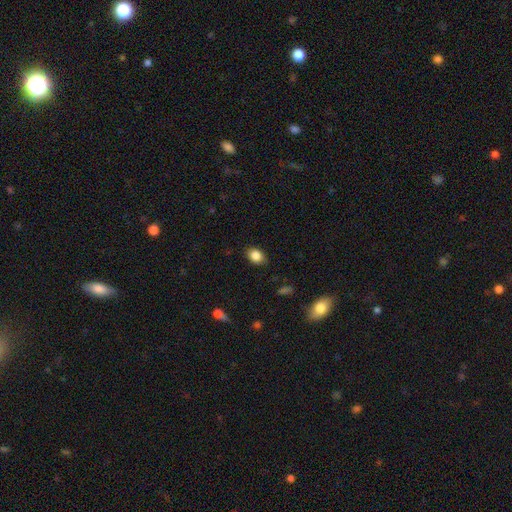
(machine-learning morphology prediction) smooth 85%, star or artifact 9%, featured or disk 6%. Down the decision tree: how rounded — in between (66%); merging — none (84%).